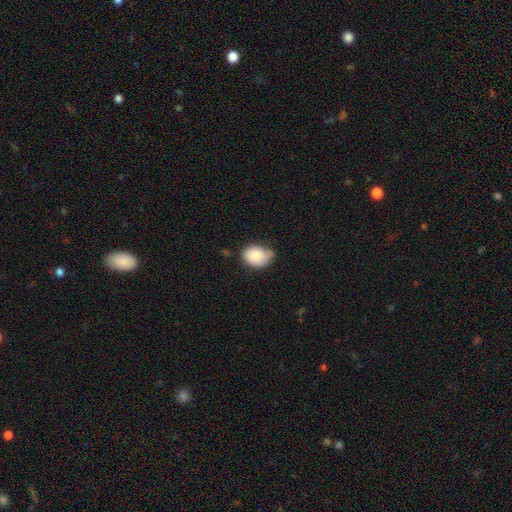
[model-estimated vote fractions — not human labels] smooth-or-featured: smooth: 84% | featured or disk: 8% | star or artifact: 8%
  how-rounded: in between: 63% | round: 36% | cigar-shaped: 1%
  merging: none: 49% | minor disturbance: 41% | major disturbance: 7% | merger: 4%